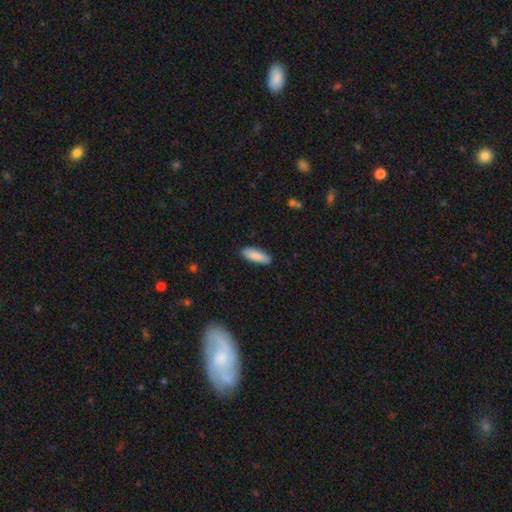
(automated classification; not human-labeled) Smooth or featured?
  - smooth: 89% *
  - featured or disk: 6%
  - star or artifact: 6%
How rounded?
  - in between: 55% *
  - cigar-shaped: 43%
  - round: 2%
Merging?
  - none: 88% *
  - minor disturbance: 9%
  - major disturbance: 2%
  - merger: 1%